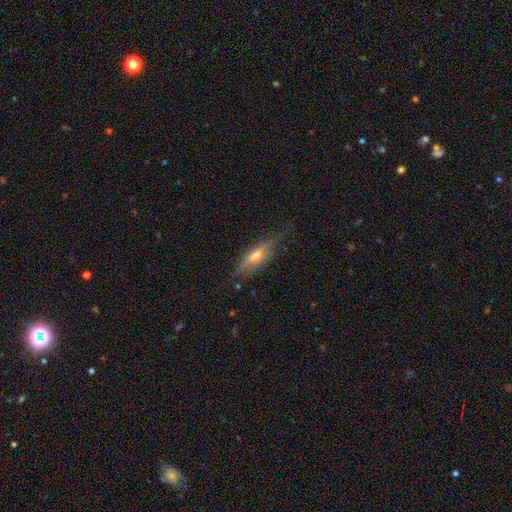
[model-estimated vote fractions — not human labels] smooth-or-featured: featured or disk: 48% | smooth: 44% | star or artifact: 8%
  merging: none: 67% | minor disturbance: 23% | major disturbance: 8% | merger: 2%